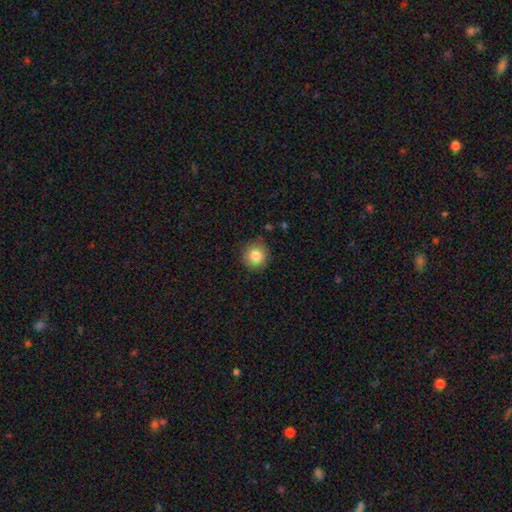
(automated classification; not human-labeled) A smooth galaxy with no disk features (84%) that is round (92%). Merging: none (86%).